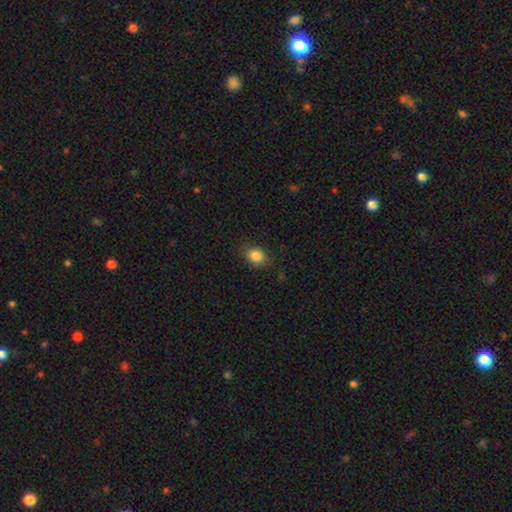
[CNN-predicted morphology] The model was most divided on "how rounded": round: 59%, in between: 40%, cigar-shaped: 1%. More confident: smooth or featured — smooth (85%); merging — none (82%).